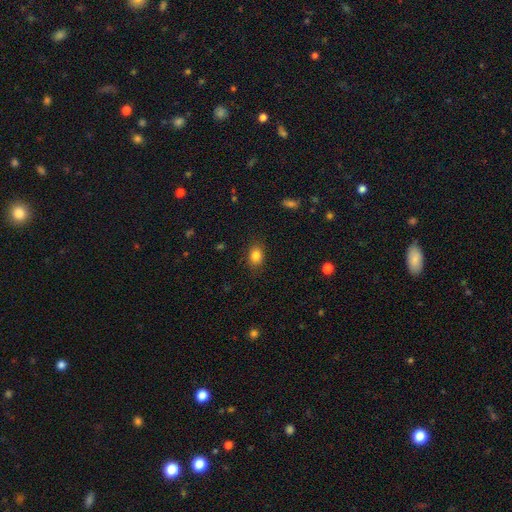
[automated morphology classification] Smooth or featured?
  - smooth: 84% *
  - star or artifact: 10%
  - featured or disk: 6%
How rounded?
  - in between: 68% *
  - round: 31%
  - cigar-shaped: 1%
Merging?
  - none: 84% *
  - minor disturbance: 12%
  - major disturbance: 3%
  - merger: 1%